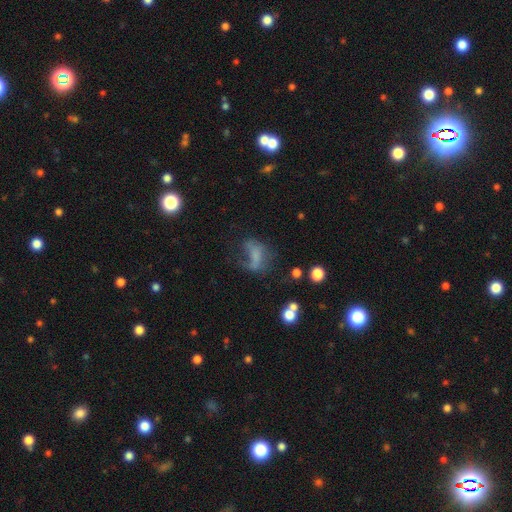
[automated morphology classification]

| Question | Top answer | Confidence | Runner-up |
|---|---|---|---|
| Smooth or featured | smooth | 47% | featured or disk (36%) |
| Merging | major disturbance | 45% | none (27%) |